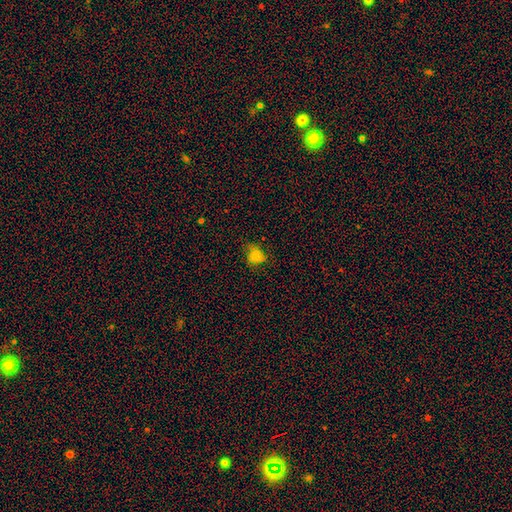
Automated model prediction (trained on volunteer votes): Smooth or featured?
  - smooth: 77% *
  - star or artifact: 16%
  - featured or disk: 7%
How rounded?
  - round: 60% *
  - in between: 39%
  - cigar-shaped: 1%
Merging?
  - none: 57% *
  - minor disturbance: 29%
  - major disturbance: 11%
  - merger: 2%